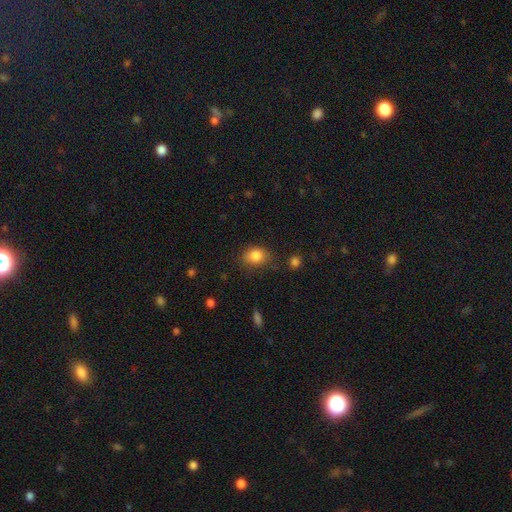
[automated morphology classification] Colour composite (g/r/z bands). It shows a smooth galaxy with no disk features (83%) that is in between round and cigar-shaped (55%). Merging: none (74%).